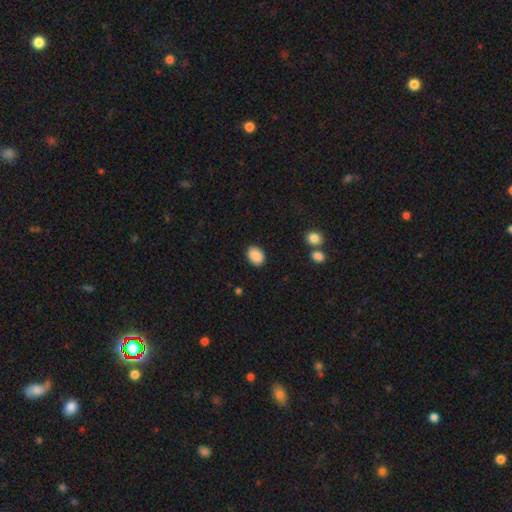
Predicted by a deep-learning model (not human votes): This is clearly a smooth galaxy (89%). How rounded: likely in between (74%). Merging: clearly none (88%).